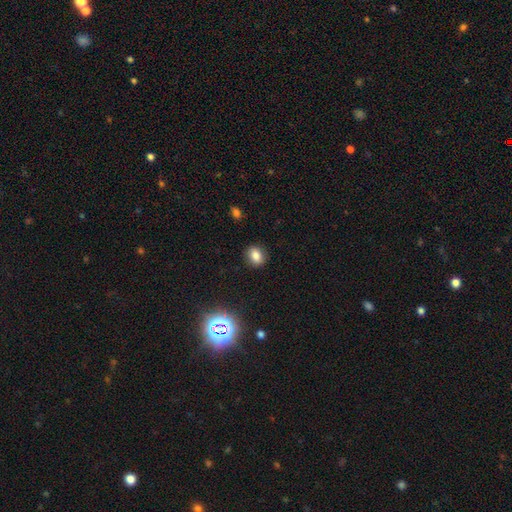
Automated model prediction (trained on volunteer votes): This appears to be a smooth galaxy with no disk features (79%) that is in between round and cigar-shaped (52%). Merging: none (87%).